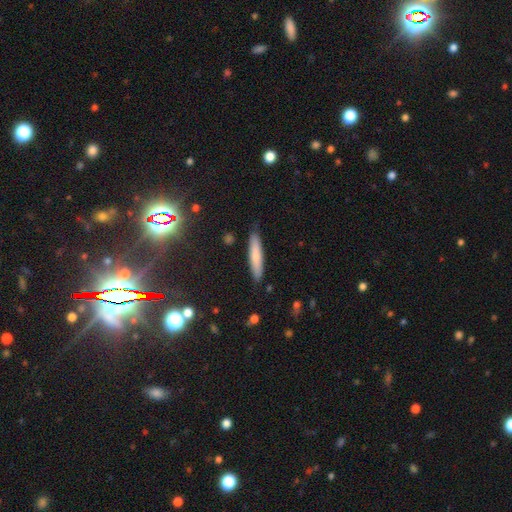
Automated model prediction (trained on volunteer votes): Smooth or featured?
  - smooth: 75% *
  - featured or disk: 18%
  - star or artifact: 7%
How rounded?
  - cigar-shaped: 86% *
  - in between: 13%
  - round: 1%
Merging?
  - none: 86% *
  - minor disturbance: 11%
  - major disturbance: 2%
  - merger: 1%